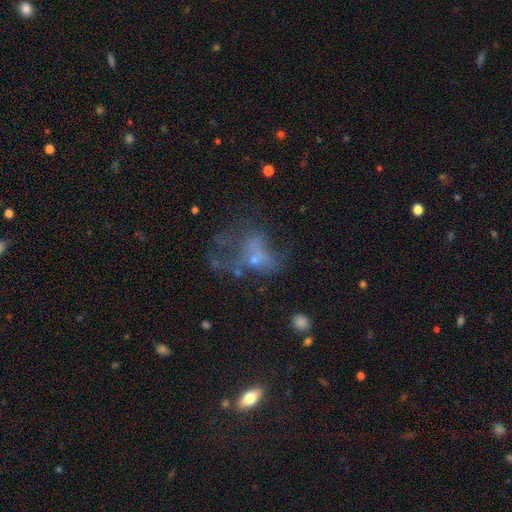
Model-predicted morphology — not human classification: smooth-or-featured: featured or disk: 45% | smooth: 34% | star or artifact: 21%
  merging: major disturbance: 46% | none: 27% | minor disturbance: 15% | merger: 11%